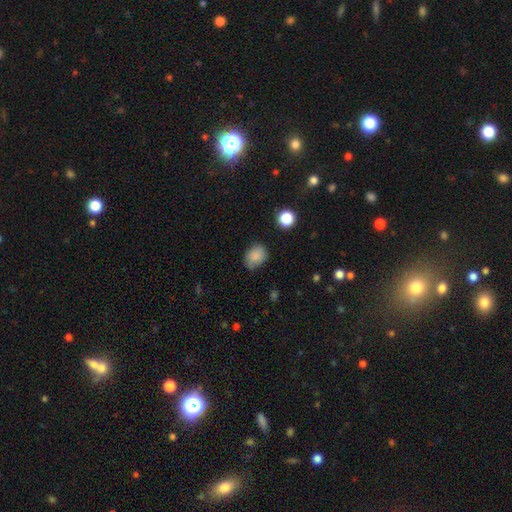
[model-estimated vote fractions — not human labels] smooth-or-featured: smooth: 84% | star or artifact: 9% | featured or disk: 7%
  how-rounded: in between: 61% | round: 38% | cigar-shaped: 1%
  merging: none: 75% | minor disturbance: 20% | major disturbance: 4% | merger: 1%